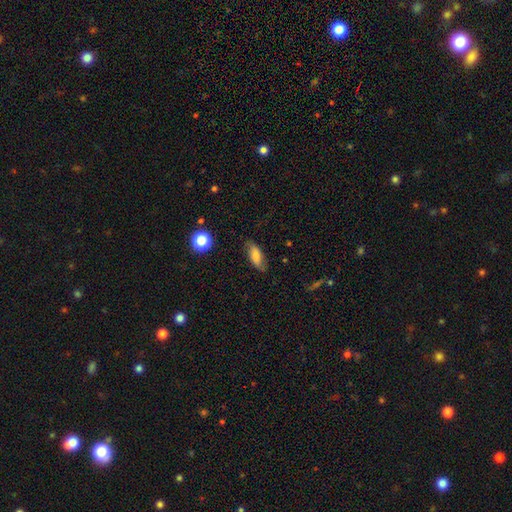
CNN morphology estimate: Smooth or featured? Predicted: smooth (p=0.73). How rounded? Predicted: in between (p=0.80). Merging? Predicted: none (p=0.76).